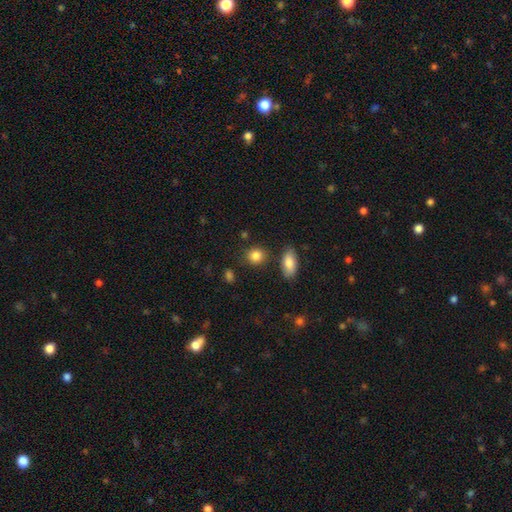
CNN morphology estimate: Smooth or featured: smooth — 86% (star or artifact — 9%)
How rounded: round — 71% (in between — 28%)
Merging: none — 80% (minor disturbance — 11%)